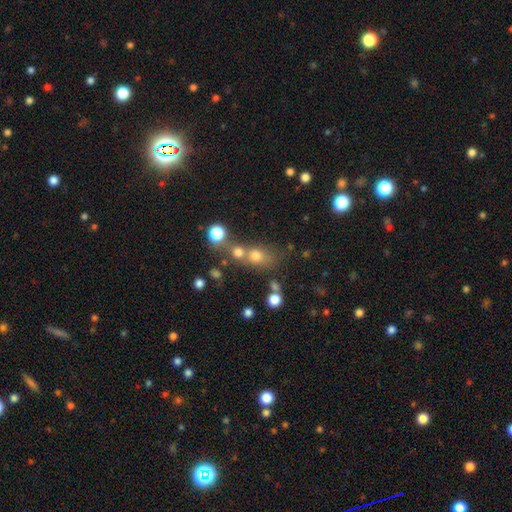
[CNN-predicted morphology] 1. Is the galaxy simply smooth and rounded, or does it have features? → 65% smooth, 20% star or artifact, 15% featured or disk.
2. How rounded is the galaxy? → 57% round, 40% in between, 4% cigar-shaped.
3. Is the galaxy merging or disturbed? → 43% merger, 40% none, 10% minor disturbance, 7% major disturbance.